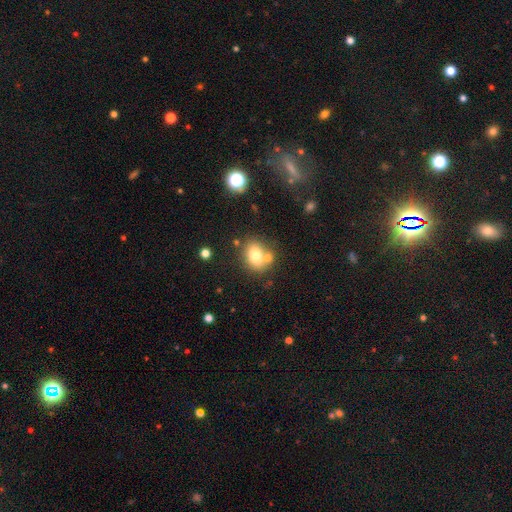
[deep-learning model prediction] smooth-or-featured: smooth: 74% | featured or disk: 15% | star or artifact: 11%
  how-rounded: in between: 55% | round: 44% | cigar-shaped: 1%
  merging: none: 59% | merger: 24% | minor disturbance: 13% | major disturbance: 4%